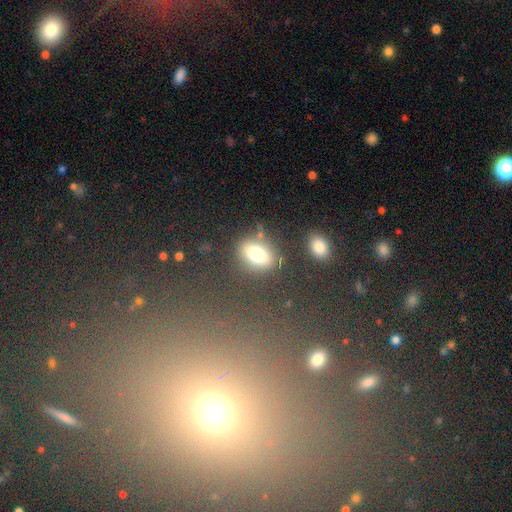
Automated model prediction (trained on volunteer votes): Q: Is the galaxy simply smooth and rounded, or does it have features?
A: smooth — 74%.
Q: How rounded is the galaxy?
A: in between — 79%.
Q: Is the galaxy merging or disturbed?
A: none — 73%.